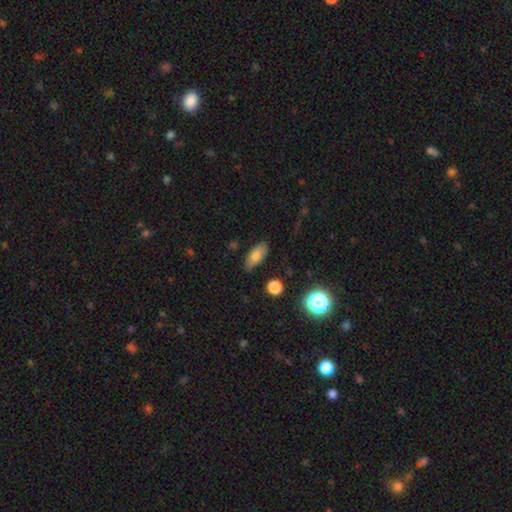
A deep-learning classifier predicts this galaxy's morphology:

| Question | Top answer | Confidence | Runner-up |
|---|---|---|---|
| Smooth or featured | smooth | 77% | featured or disk (14%) |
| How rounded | in between | 82% | cigar-shaped (14%) |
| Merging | none | 84% | minor disturbance (12%) |